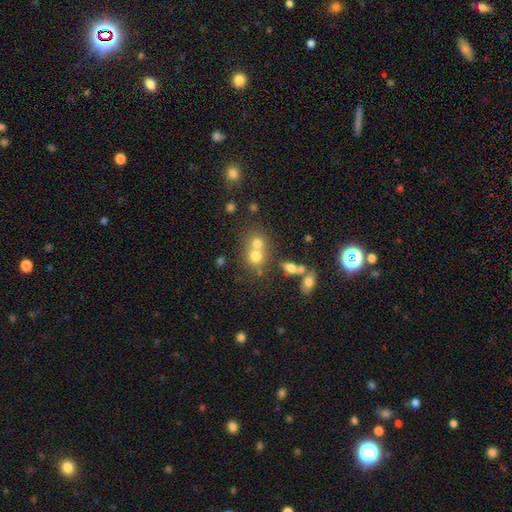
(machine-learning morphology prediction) Smooth or featured? smooth (69%)
How rounded? round (77%)
Merging? merger (54%)